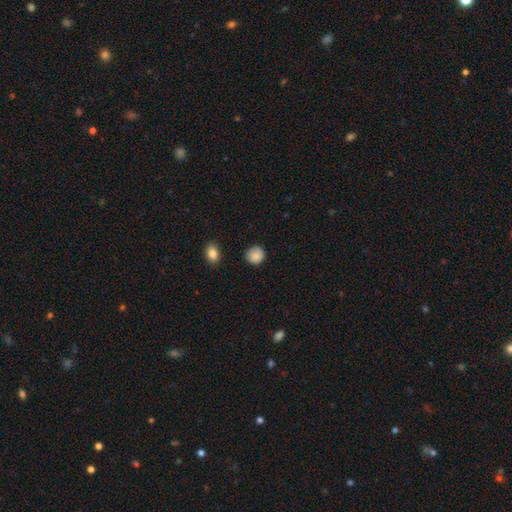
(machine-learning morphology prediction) Smooth or featured?
  - smooth: 87% *
  - star or artifact: 8%
  - featured or disk: 5%
How rounded?
  - round: 88% *
  - in between: 11%
  - cigar-shaped: 1%
Merging?
  - none: 84% *
  - minor disturbance: 12%
  - major disturbance: 3%
  - merger: 1%